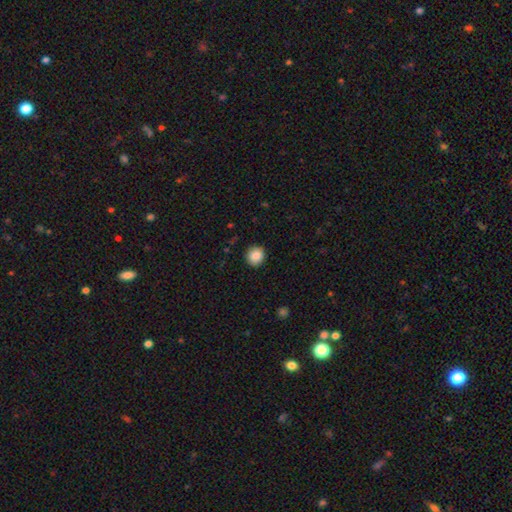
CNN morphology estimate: The model was most divided on "smooth or featured": smooth: 88%, star or artifact: 9%, featured or disk: 4%. More confident: merging — none (90%); how rounded — round (89%).